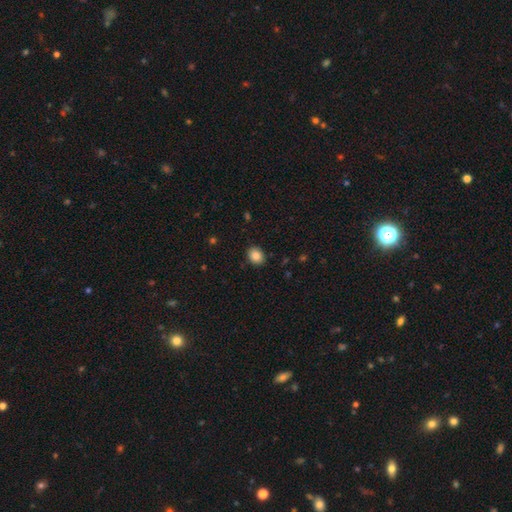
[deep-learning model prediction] smooth_or_featured: smooth (p=0.86) [alt: star or artifact p=0.09]
how_rounded: round (p=0.52) [alt: in between p=0.47]
merging: none (p=0.90) [alt: minor disturbance p=0.07]